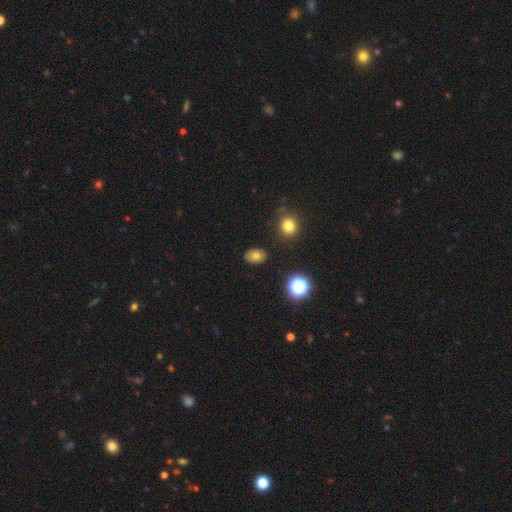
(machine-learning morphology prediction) Smooth or featured: smooth — 71% (star or artifact — 15%)
How rounded: in between — 74% (round — 25%)
Merging: none — 85% (minor disturbance — 10%)